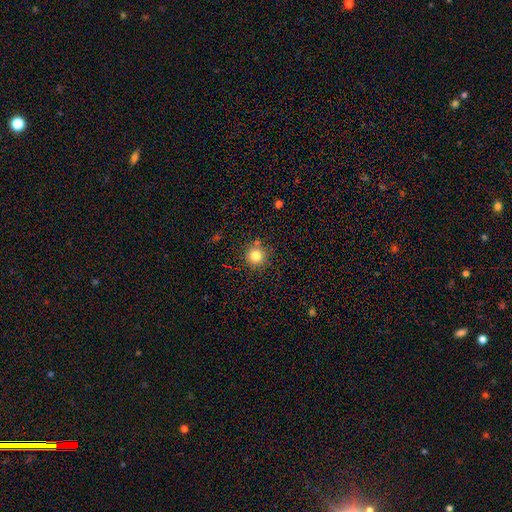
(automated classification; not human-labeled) smooth_or_featured: smooth (p=0.82) [alt: star or artifact p=0.12]
how_rounded: round (p=0.93) [alt: in between p=0.06]
merging: none (p=0.83) [alt: minor disturbance p=0.09]